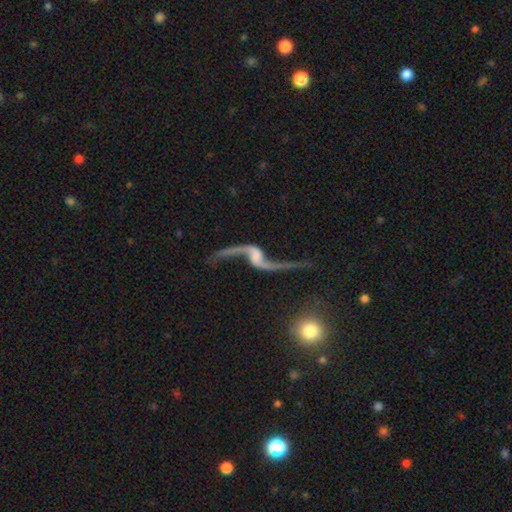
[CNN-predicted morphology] Smooth or featured? featured or disk (90%)
Edge-on disk? no (95%)
Bar? no (44%)
Spiral arms? yes (96%)
Spiral winding? loose (95%)
Spiral arm count? 2 (94%)
Bulge size? none (48%)
Merging? none (65%)